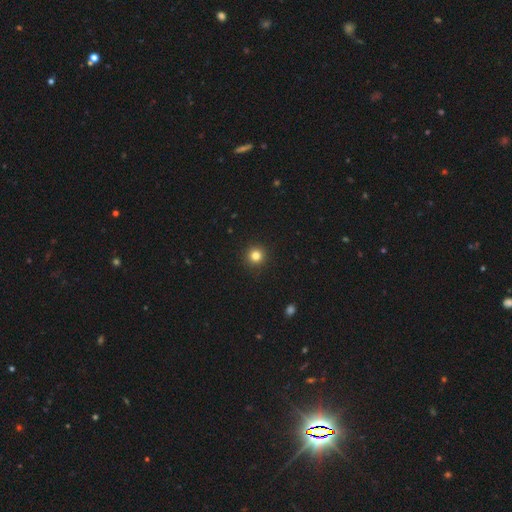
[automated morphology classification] smooth_or_featured: smooth (p=0.82) [alt: star or artifact p=0.13]
how_rounded: round (p=0.95) [alt: in between p=0.04]
merging: none (p=0.93) [alt: minor disturbance p=0.04]